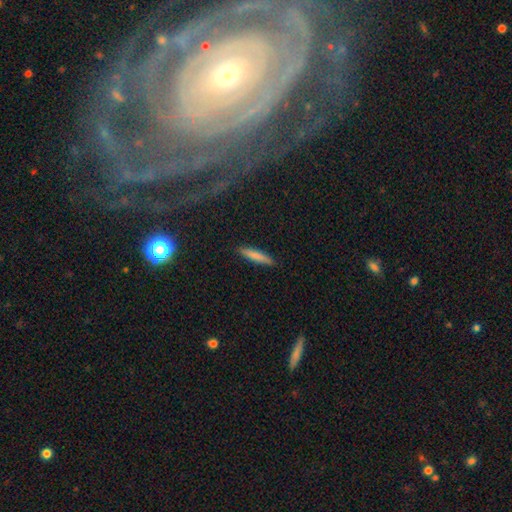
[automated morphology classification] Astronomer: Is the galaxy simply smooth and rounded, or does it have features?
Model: smooth — 79%.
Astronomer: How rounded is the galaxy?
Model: cigar-shaped — 89%.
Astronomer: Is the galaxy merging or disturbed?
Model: none — 91%.